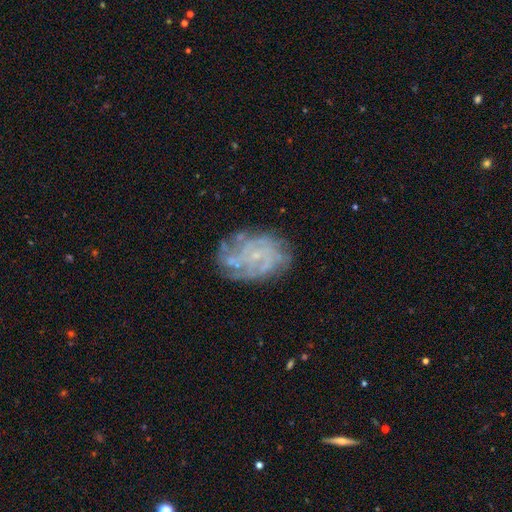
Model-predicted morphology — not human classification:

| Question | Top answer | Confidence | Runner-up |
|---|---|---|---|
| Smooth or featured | featured or disk | 78% | smooth (12%) |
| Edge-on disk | no | 97% | yes (3%) |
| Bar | no | 73% | weak (23%) |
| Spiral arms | yes | 86% | no (14%) |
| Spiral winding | tight | 60% | medium (30%) |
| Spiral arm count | can't tell | 41% | 4 (20%) |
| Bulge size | small | 76% | none (12%) |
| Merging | none | 70% | minor disturbance (18%) |